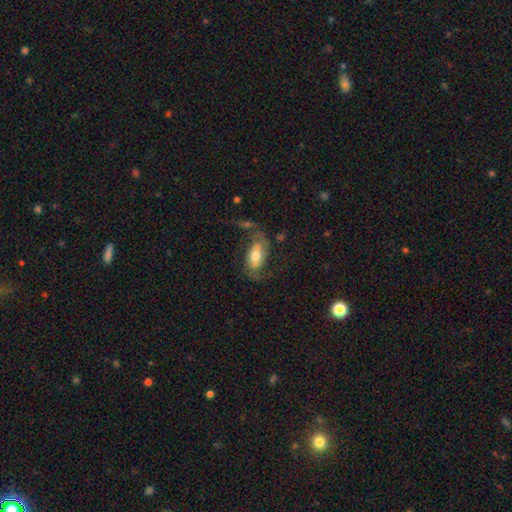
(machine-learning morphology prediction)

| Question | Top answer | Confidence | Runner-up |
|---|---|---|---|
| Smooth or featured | featured or disk | 61% | smooth (32%) |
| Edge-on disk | no | 92% | yes (8%) |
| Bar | no | 38% | weak (34%) |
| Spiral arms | yes | 86% | no (14%) |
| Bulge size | moderate | 61% | small (21%) |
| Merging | none | 51% | major disturbance (25%) |